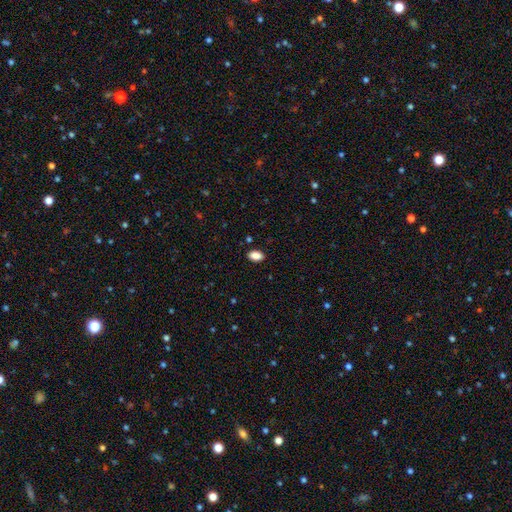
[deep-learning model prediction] Smooth or featured?
  - smooth: 88% *
  - star or artifact: 8%
  - featured or disk: 4%
How rounded?
  - in between: 89% *
  - round: 9%
  - cigar-shaped: 2%
Merging?
  - none: 89% *
  - minor disturbance: 8%
  - major disturbance: 2%
  - merger: 1%